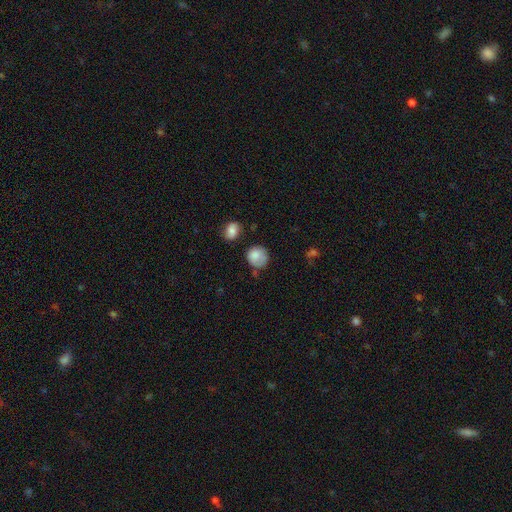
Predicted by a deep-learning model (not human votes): Smooth or featured: smooth — 80% (featured or disk — 11%)
How rounded: round — 80% (in between — 19%)
Merging: none — 56% (minor disturbance — 29%)